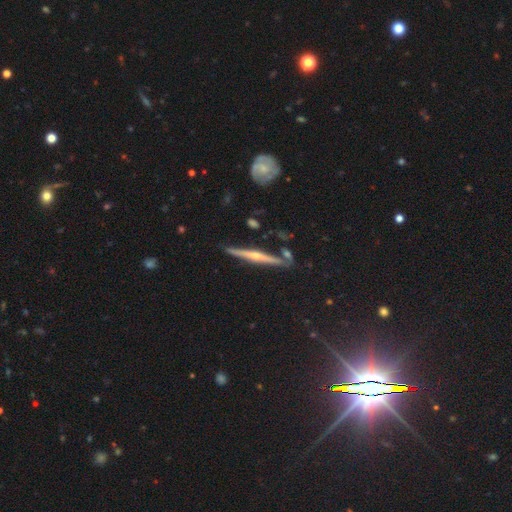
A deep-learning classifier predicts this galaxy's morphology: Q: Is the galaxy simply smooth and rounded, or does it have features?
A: featured or disk — 78%.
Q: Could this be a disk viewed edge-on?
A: yes — 97%.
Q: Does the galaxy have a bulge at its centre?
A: rounded — 80%.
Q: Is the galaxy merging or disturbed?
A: none — 84%.